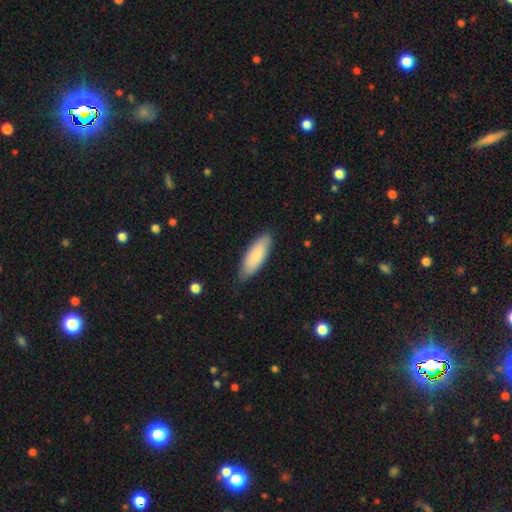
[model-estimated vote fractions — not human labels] Morphology: type=smooth (82%); roundness=in between (66%); merging=none (81%).